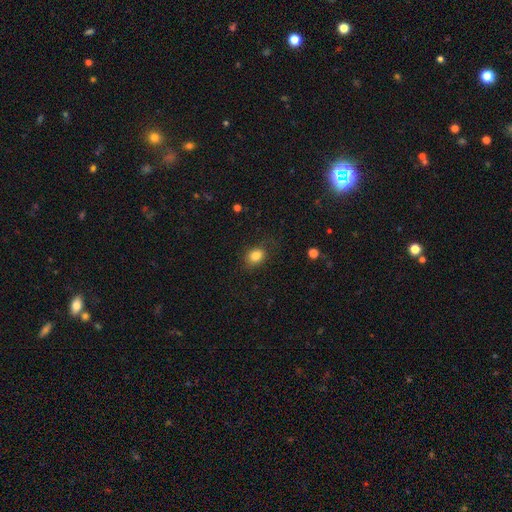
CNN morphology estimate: The model was most divided on "how rounded": in between: 57%, round: 42%, cigar-shaped: 1%. More confident: smooth or featured — smooth (84%); merging — none (77%).